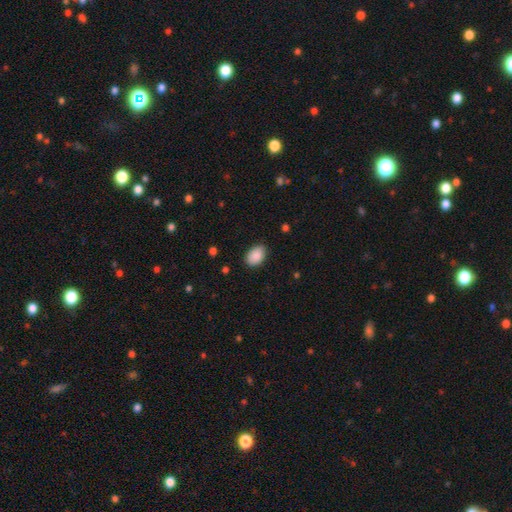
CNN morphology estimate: Smooth or featured? smooth (90%)
How rounded? in between (86%)
Merging? none (86%)